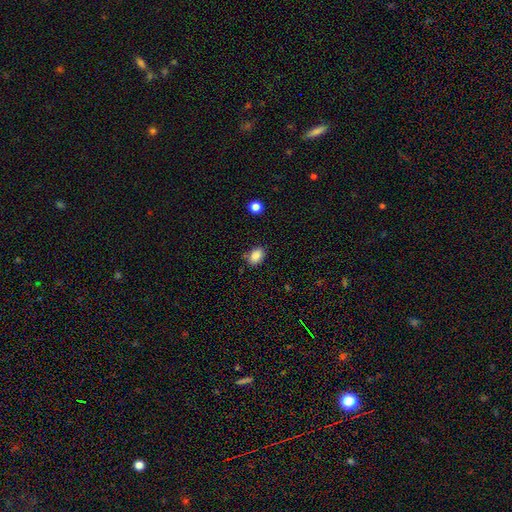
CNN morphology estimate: smooth_or_featured: smooth (p=0.86) [alt: star or artifact p=0.09]
how_rounded: in between (p=0.80) [alt: round p=0.19]
merging: none (p=0.78) [alt: minor disturbance p=0.15]